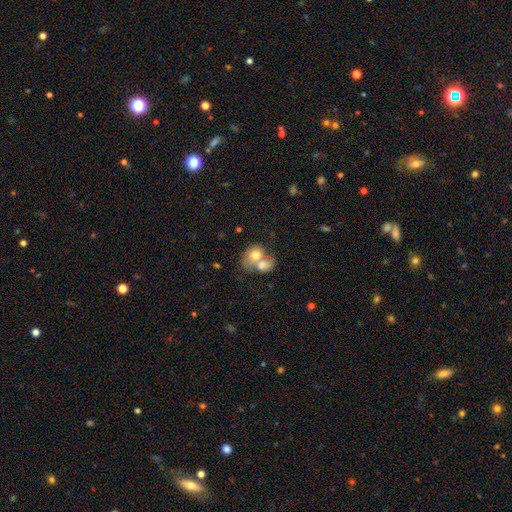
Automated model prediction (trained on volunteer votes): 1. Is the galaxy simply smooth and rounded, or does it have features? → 69% smooth, 23% featured or disk, 8% star or artifact.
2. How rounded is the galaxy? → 56% in between, 43% round, 1% cigar-shaped.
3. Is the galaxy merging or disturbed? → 72% merger, 16% none, 7% minor disturbance, 5% major disturbance.